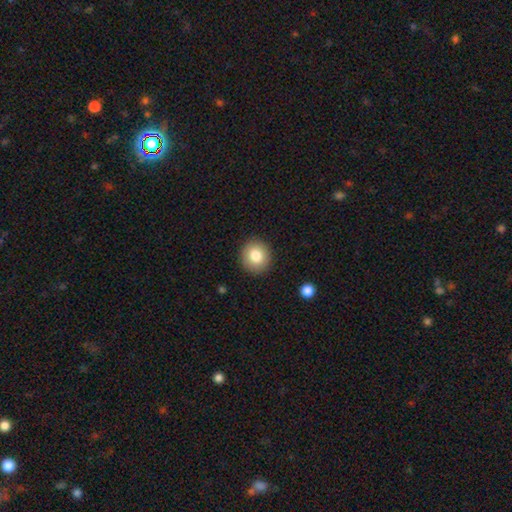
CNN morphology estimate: This appears to be a smooth galaxy with no disk features (81%) that is round (87%). Merging: none (91%).